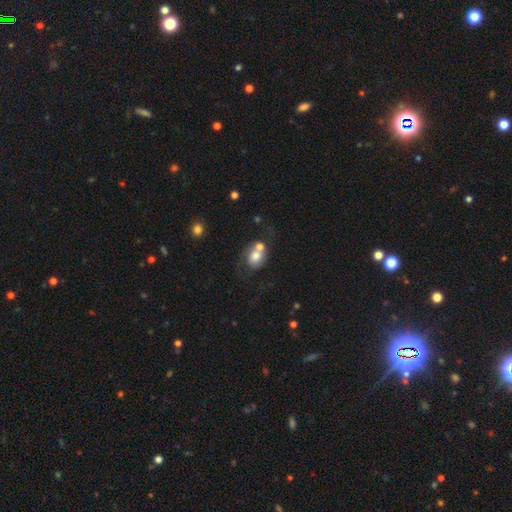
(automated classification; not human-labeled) A smooth galaxy with no disk features (69%) that is round (63%).

Vote fractions:
- Smooth or featured? smooth: 69% / featured or disk: 22% / star or artifact: 9%
- How rounded? round: 63% / in between: 36% / cigar-shaped: 1%
- Merging? merger: 49% / none: 30% / minor disturbance: 12% / major disturbance: 9%